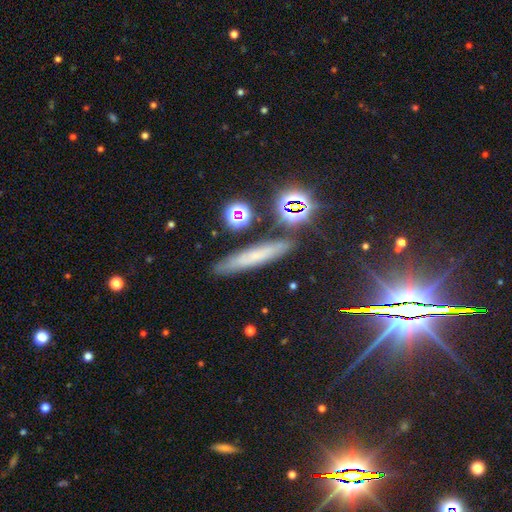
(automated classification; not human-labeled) Q: Smooth or featured?
A: smooth (46%); runner-up: featured or disk (28%)
Q: Merging?
A: none (84%); runner-up: minor disturbance (10%)